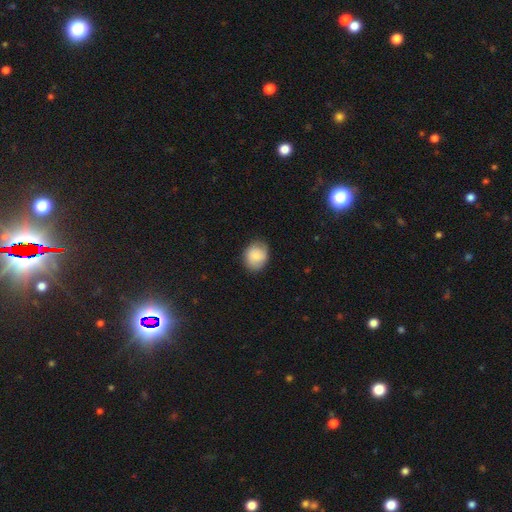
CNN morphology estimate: Overall: smooth (83%). How rounded: round (60%; in between 39%). Merging: none (81%).